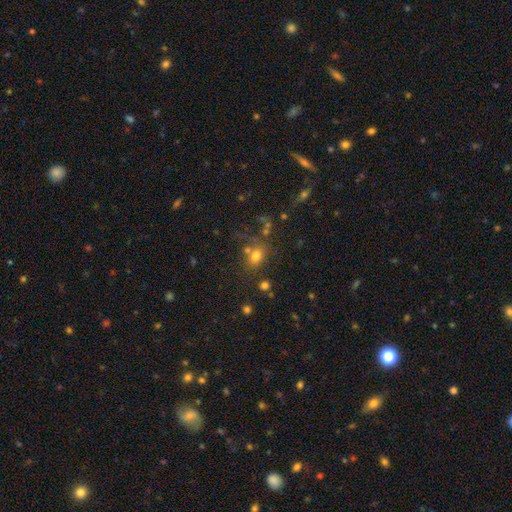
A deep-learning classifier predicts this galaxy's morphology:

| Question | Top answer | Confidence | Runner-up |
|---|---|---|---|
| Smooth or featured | smooth | 71% | star or artifact (18%) |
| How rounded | round | 50% | in between (49%) |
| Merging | none | 59% | merger (18%) |